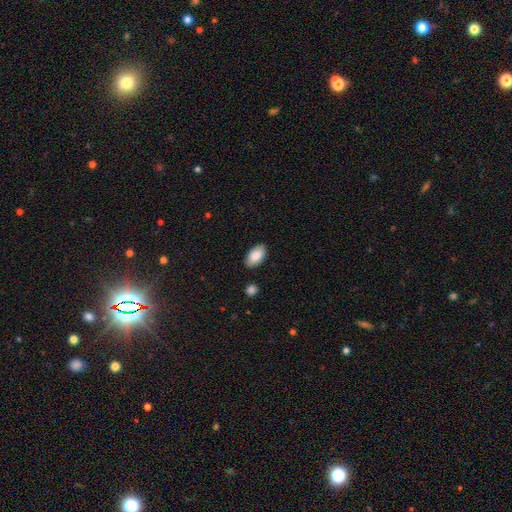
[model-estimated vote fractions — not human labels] This appears to be a smooth galaxy with no disk features (88%) that is in between round and cigar-shaped (95%). Merging: none (85%).